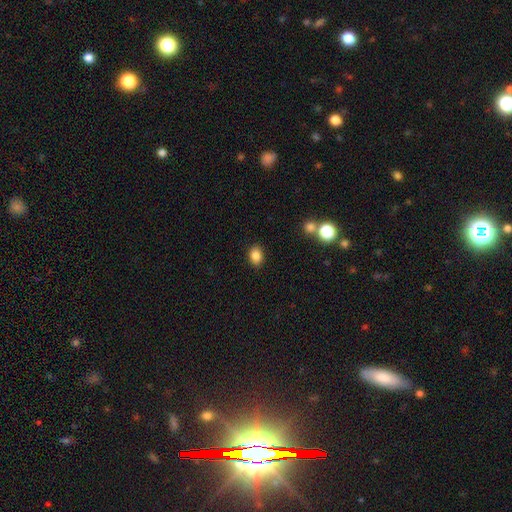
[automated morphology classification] Smooth or featured? smooth (85%)
How rounded? in between (67%)
Merging? none (87%)